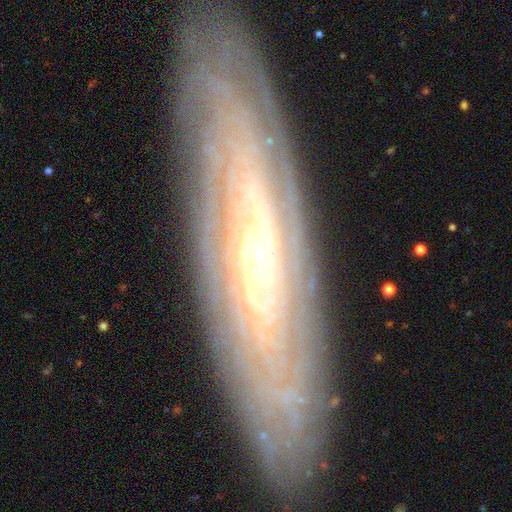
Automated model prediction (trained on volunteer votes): Morphology: type=featured or disk (83%); edge-on=no (67%); bar=no (43%); spiral arms=yes (86%); bulge=small (67%); merging=none (87%).